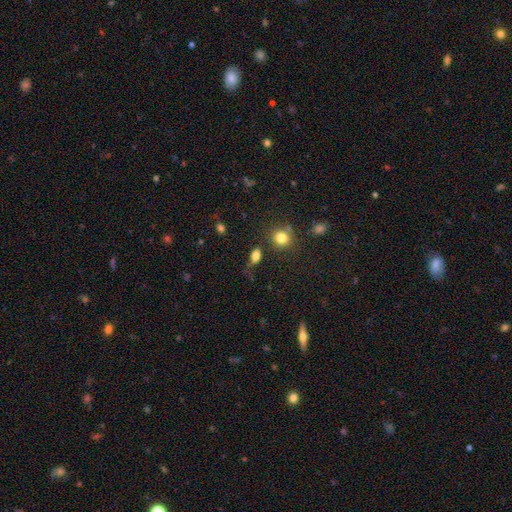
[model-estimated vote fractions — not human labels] smooth 81%, star or artifact 12%, featured or disk 7%. Down the decision tree: how rounded — in between (78%); merging — none (65%).